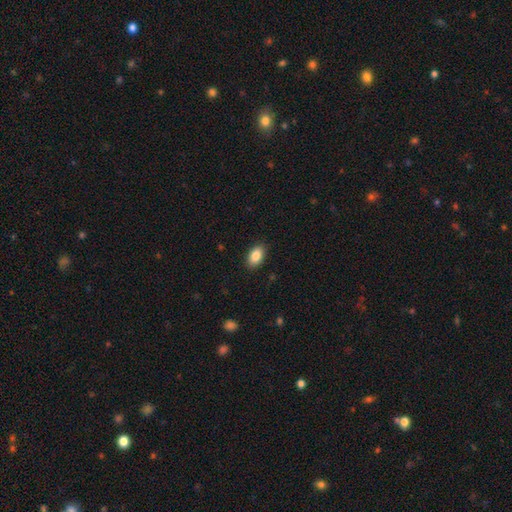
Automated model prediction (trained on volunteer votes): Morphology: type=smooth (87%); roundness=in between (91%); merging=none (89%).